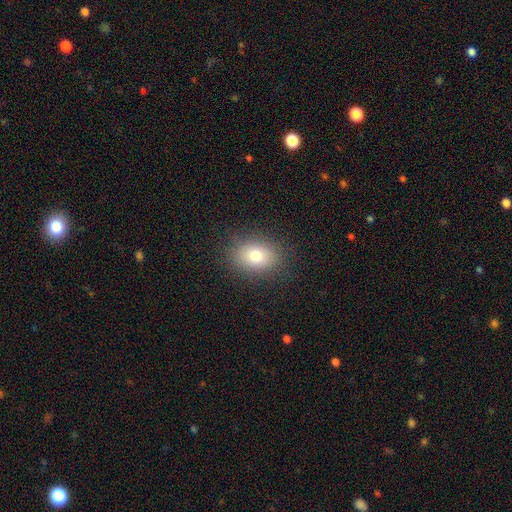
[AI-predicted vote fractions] smooth_or_featured: smooth (p=0.77) [alt: featured or disk p=0.12]
how_rounded: in between (p=0.69) [alt: round p=0.30]
merging: none (p=0.87) [alt: minor disturbance p=0.09]